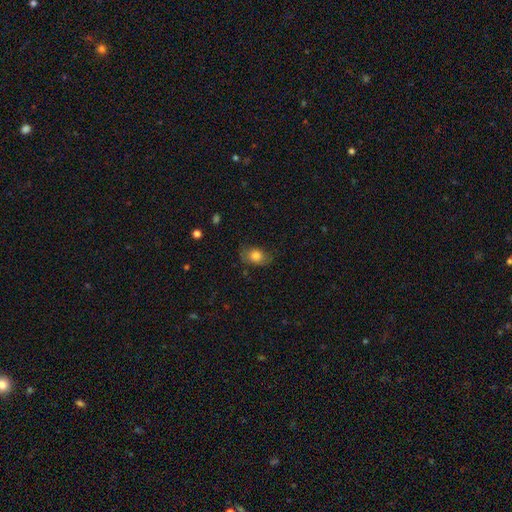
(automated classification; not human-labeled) smooth-or-featured: smooth: 78% | featured or disk: 13% | star or artifact: 9%
  how-rounded: in between: 72% | round: 27% | cigar-shaped: 2%
  merging: none: 66% | minor disturbance: 25% | major disturbance: 8% | merger: 1%